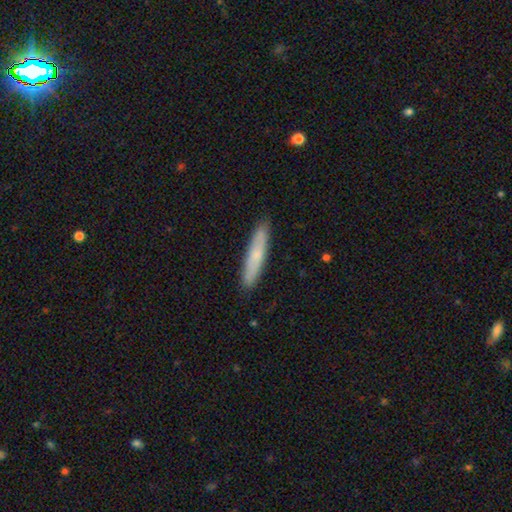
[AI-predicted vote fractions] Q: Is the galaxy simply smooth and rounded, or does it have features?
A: smooth — 69%.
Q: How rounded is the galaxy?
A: cigar-shaped — 91%.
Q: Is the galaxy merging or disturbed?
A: none — 89%.